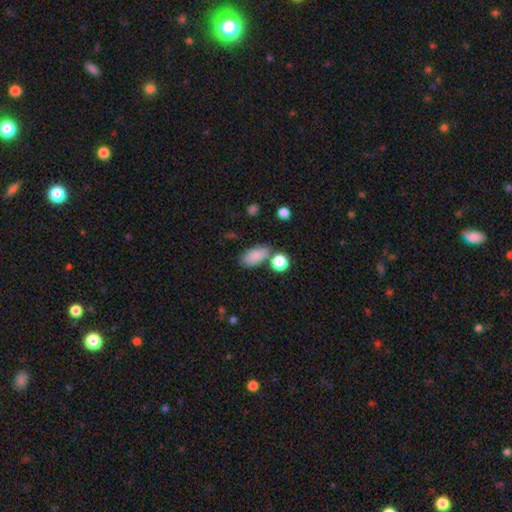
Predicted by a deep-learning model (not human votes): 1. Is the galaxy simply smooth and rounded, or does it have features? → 85% smooth, 9% star or artifact, 6% featured or disk.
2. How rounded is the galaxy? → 89% in between, 6% round, 5% cigar-shaped.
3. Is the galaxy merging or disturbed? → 69% none, 14% minor disturbance, 12% merger, 4% major disturbance.